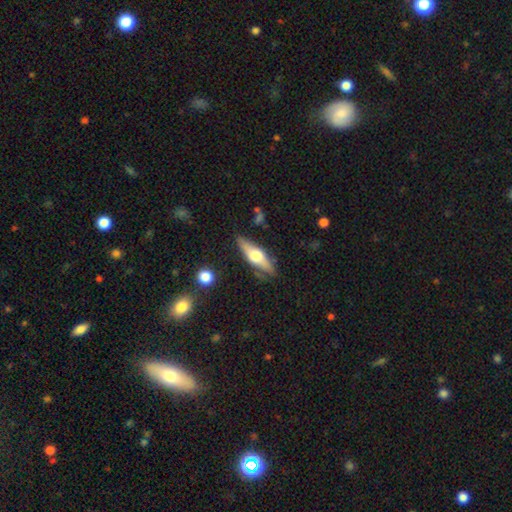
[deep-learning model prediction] Smooth or featured: featured or disk — 52% (smooth — 42%)
Edge-on disk: yes — 89% (no — 11%)
Merging: none — 81% (minor disturbance — 13%)